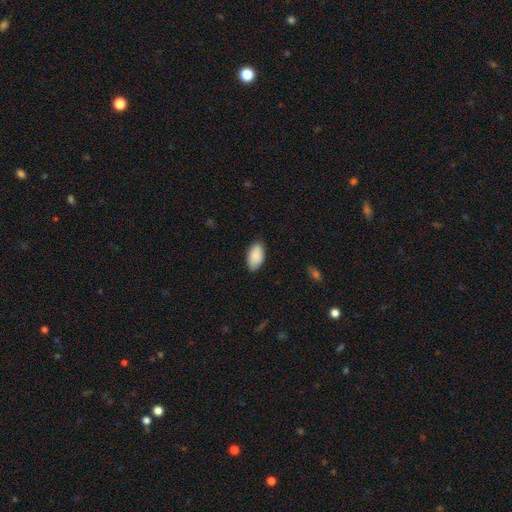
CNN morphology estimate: Overall: smooth (88%). How rounded: in between (95%). Merging: none (82%).